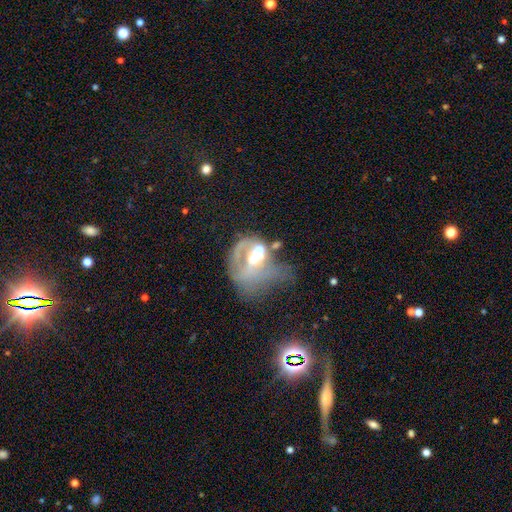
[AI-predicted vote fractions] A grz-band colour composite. It shows a featured or disk galaxy (60%) with no bar (63%), no spiral arms (71%) and a moderate central bulge (64%). Merging: major disturbance (41%).